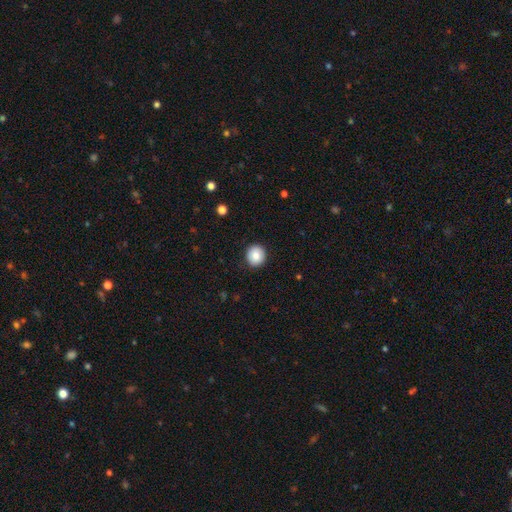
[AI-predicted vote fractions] smooth 83%, featured or disk 9%, star or artifact 8%. Down the decision tree: how rounded — round (90%); merging — none (91%).